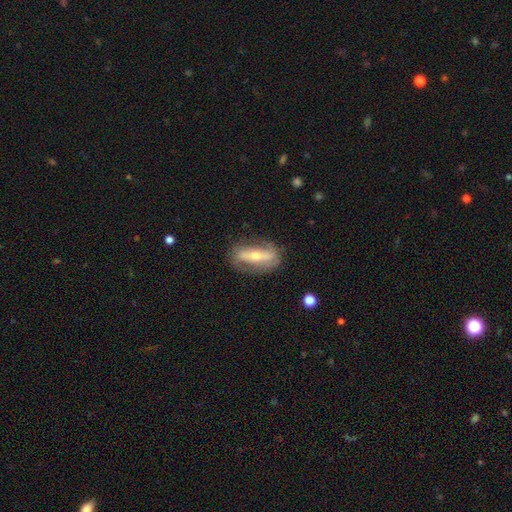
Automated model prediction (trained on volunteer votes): Smooth or featured: featured or disk — 67% (smooth — 26%)
Edge-on disk: no — 72% (yes — 28%)
Merging: none — 73% (minor disturbance — 18%)